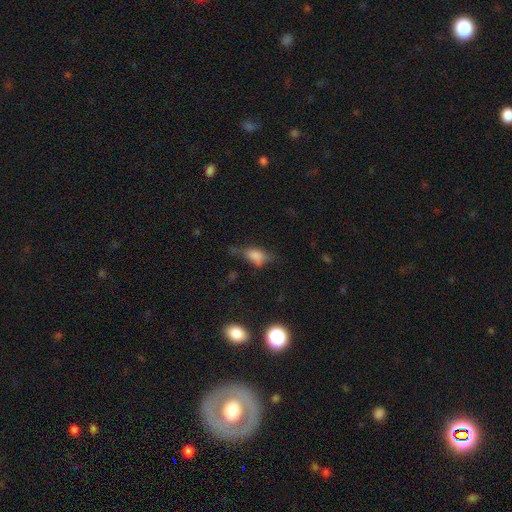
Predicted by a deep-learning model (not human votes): Morphology: type=smooth (64%); roundness=in between (80%); merging=none (37%).